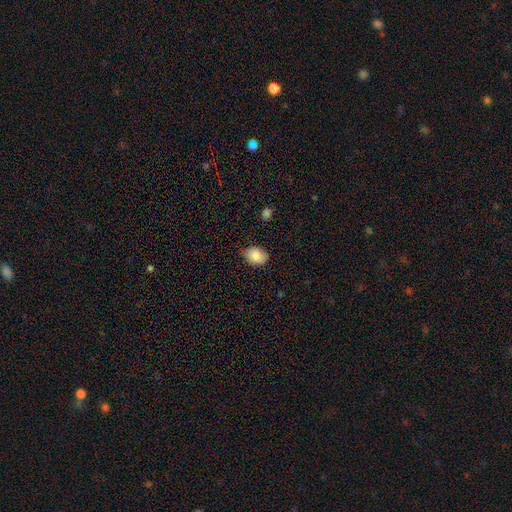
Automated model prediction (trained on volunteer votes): Overall: smooth (87%). How rounded: in between (69%; round 30%). Merging: none (72%).